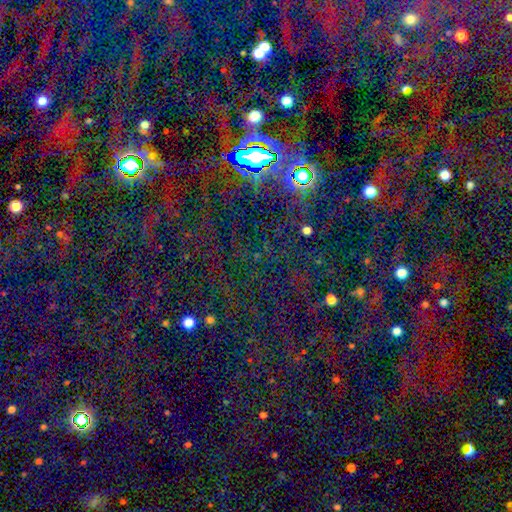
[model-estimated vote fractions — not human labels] The model was most divided on "smooth or featured": star or artifact: 80%, smooth: 13%, featured or disk: 7%.